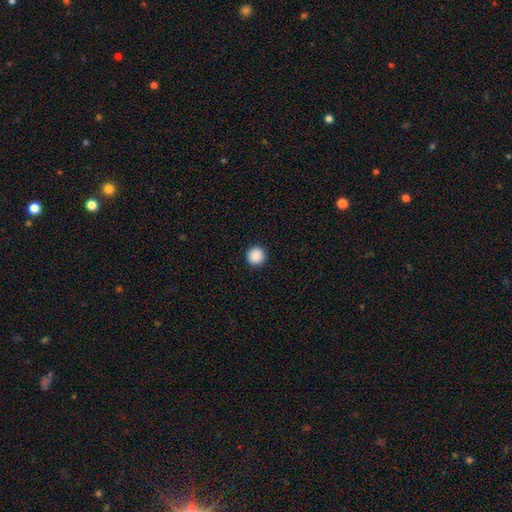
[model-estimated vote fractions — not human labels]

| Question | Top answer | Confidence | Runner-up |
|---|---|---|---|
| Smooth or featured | smooth | 89% | star or artifact (9%) |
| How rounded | round | 96% | in between (3%) |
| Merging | none | 94% | minor disturbance (4%) |